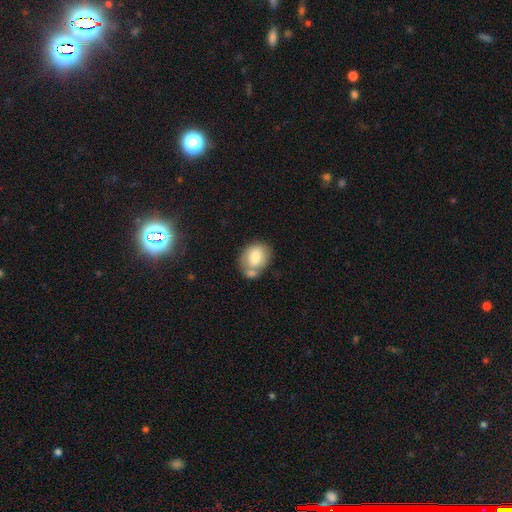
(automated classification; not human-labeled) smooth 75%, featured or disk 18%, star or artifact 7%. Down the decision tree: how rounded — in between (56%); merging — none (39%).